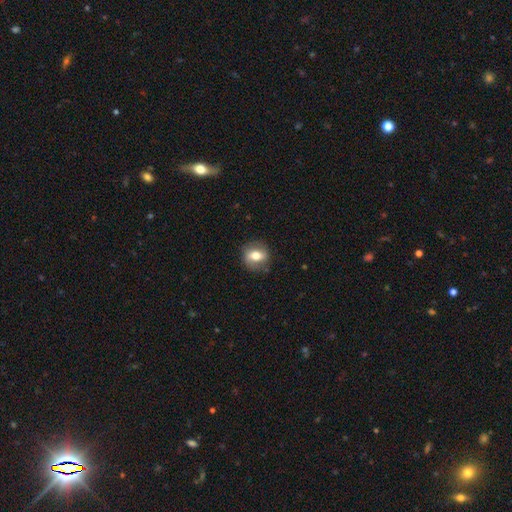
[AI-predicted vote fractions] A smooth galaxy with no disk features (58%) that is round (61%). Merging: none (80%).